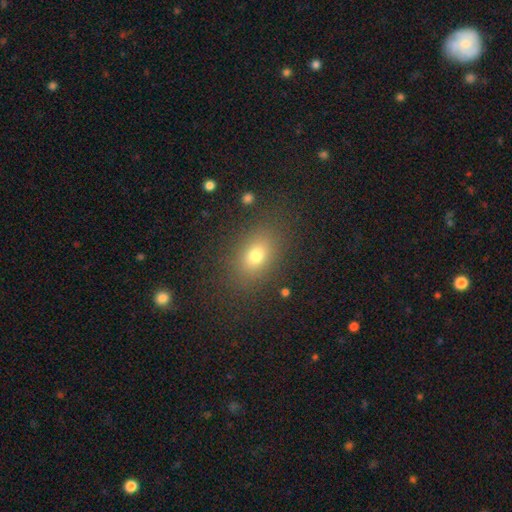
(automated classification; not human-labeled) Overall: smooth (74%). How rounded: in between (73%). Merging: none (84%).